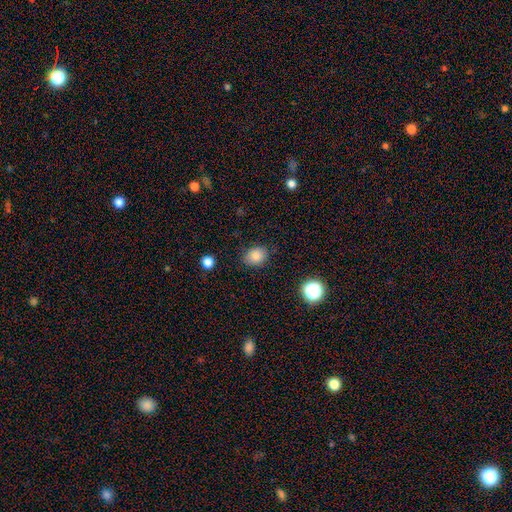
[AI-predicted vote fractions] Smooth or featured? smooth (83%)
How rounded? in between (54%)
Merging? none (82%)